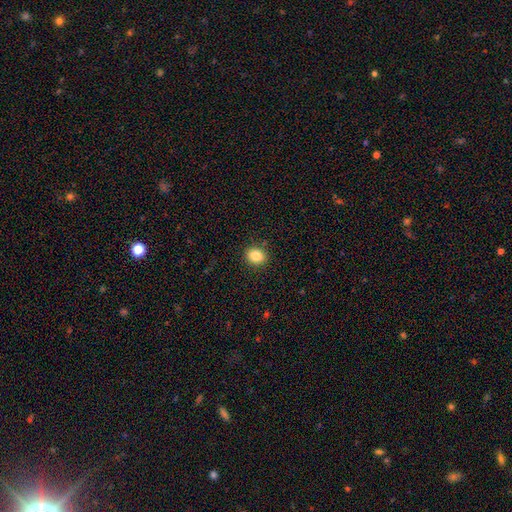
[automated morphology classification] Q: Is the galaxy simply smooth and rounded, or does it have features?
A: smooth — 85%.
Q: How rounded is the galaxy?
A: round — 58%.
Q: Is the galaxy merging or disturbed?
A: none — 89%.